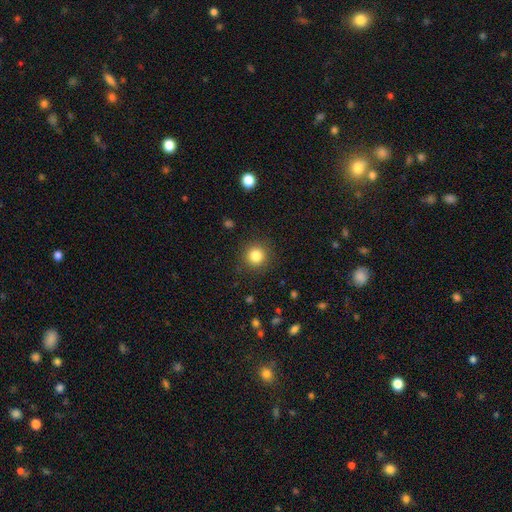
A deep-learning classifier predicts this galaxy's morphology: smooth_or_featured: smooth (p=0.83) [alt: star or artifact p=0.11]
how_rounded: round (p=0.94) [alt: in between p=0.05]
merging: none (p=0.89) [alt: minor disturbance p=0.07]